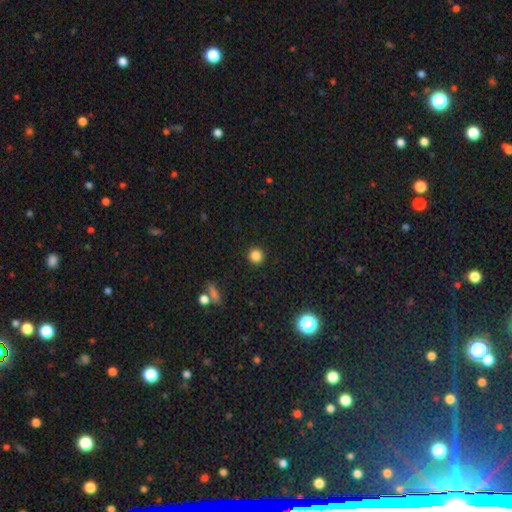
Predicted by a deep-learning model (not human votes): A smooth galaxy with no disk features (84%) that is round (93%). Merging: none (92%).